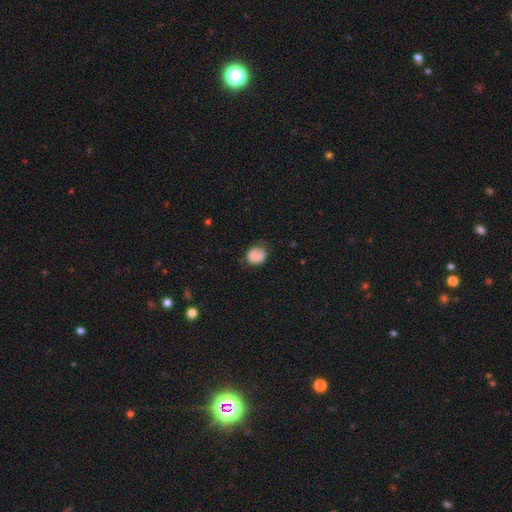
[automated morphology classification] This is clearly a smooth galaxy (84%). How rounded: likely round (73%). Merging: likely none (70%).